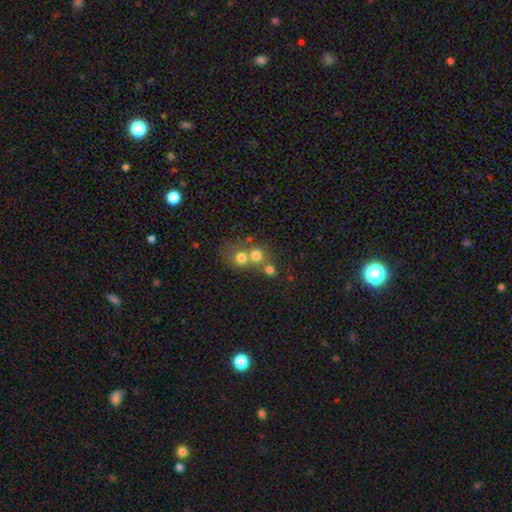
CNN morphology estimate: The model was most divided on "merging": merger: 52%, none: 38%, minor disturbance: 6%, major disturbance: 4%. More confident: how rounded — round (82%); smooth or featured — smooth (70%).